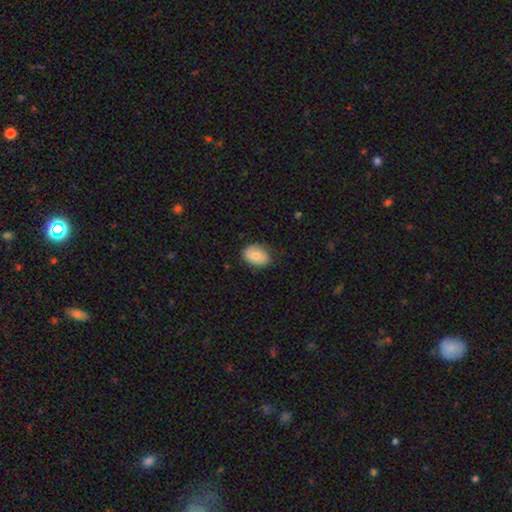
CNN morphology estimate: type=smooth (77%); roundness=in between (81%); merging=none (79%).